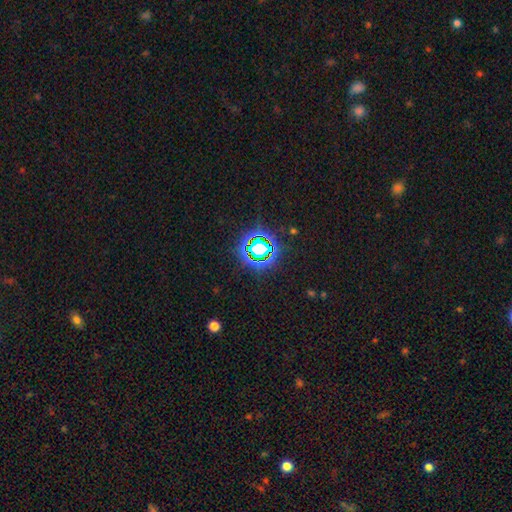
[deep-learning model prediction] A star or artifact, not a galaxy (76%).

Vote fractions:
- Smooth or featured? star or artifact: 76% / smooth: 16% / featured or disk: 8%